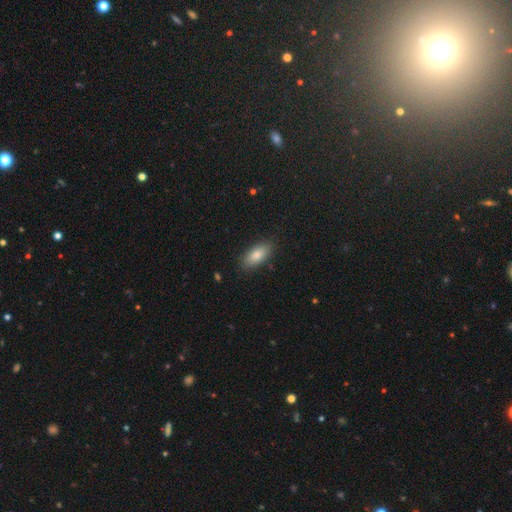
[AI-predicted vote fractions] smooth_or_featured: smooth (p=0.83) [alt: featured or disk p=0.09]
how_rounded: in between (p=0.85) [alt: cigar-shaped p=0.12]
merging: none (p=0.86) [alt: minor disturbance p=0.10]